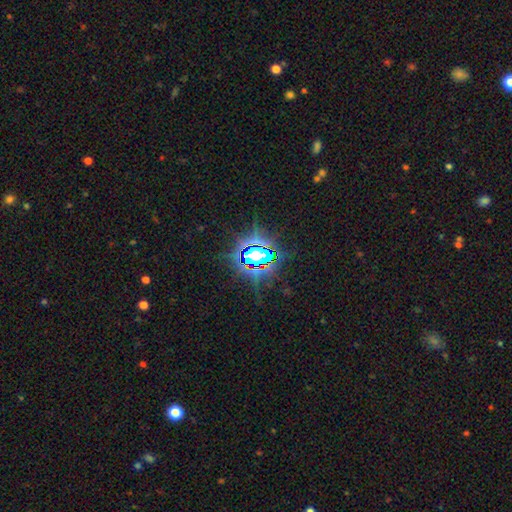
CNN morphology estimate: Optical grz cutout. It shows a star or artifact, not a galaxy (77%).